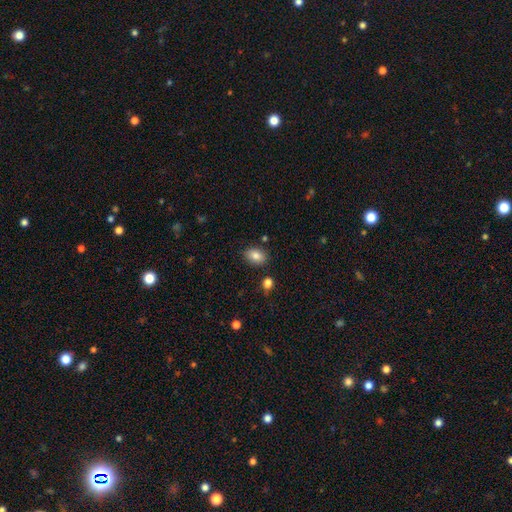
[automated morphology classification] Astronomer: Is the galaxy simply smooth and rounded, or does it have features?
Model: smooth — 84%.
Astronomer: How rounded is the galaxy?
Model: in between — 75%.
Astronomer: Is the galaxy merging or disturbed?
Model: none — 82%.